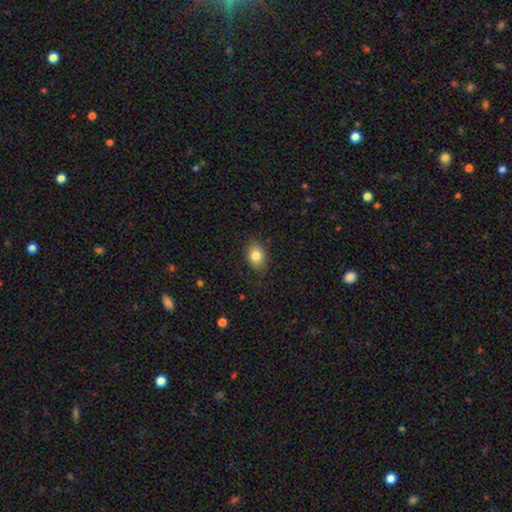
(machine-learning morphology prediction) This appears to be a smooth galaxy with no disk features (82%) that is in between round and cigar-shaped (72%). Merging: none (85%).